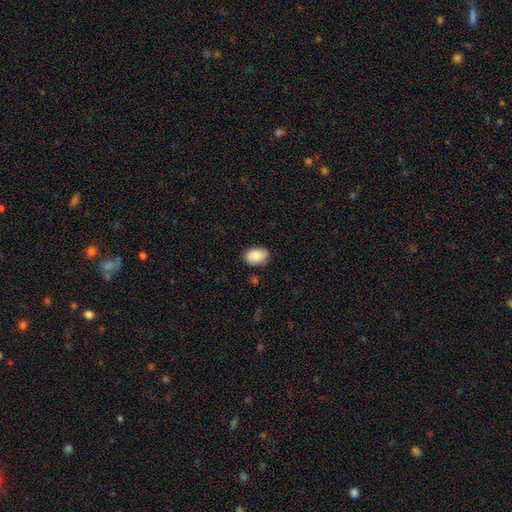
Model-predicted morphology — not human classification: A smooth galaxy with no disk features (87%) that is in between round and cigar-shaped (82%).

Vote fractions:
- Smooth or featured? smooth: 87% / star or artifact: 7% / featured or disk: 6%
- How rounded? in between: 82% / round: 17% / cigar-shaped: 1%
- Merging? none: 82% / minor disturbance: 13% / major disturbance: 3% / merger: 2%